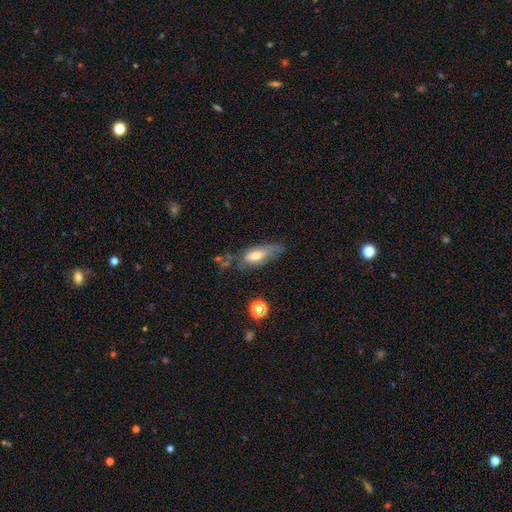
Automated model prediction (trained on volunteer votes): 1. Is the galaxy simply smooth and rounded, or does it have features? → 58% smooth, 34% featured or disk, 9% star or artifact.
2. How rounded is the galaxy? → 65% in between, 32% cigar-shaped, 3% round.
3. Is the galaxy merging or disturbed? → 51% none, 29% minor disturbance, 15% major disturbance, 5% merger.